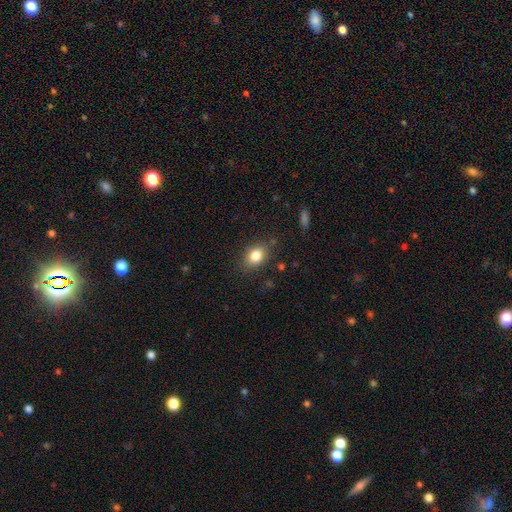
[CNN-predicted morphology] smooth-or-featured: smooth: 82% | star or artifact: 10% | featured or disk: 8%
  how-rounded: in between: 64% | round: 35% | cigar-shaped: 1%
  merging: none: 82% | minor disturbance: 13% | major disturbance: 3% | merger: 2%